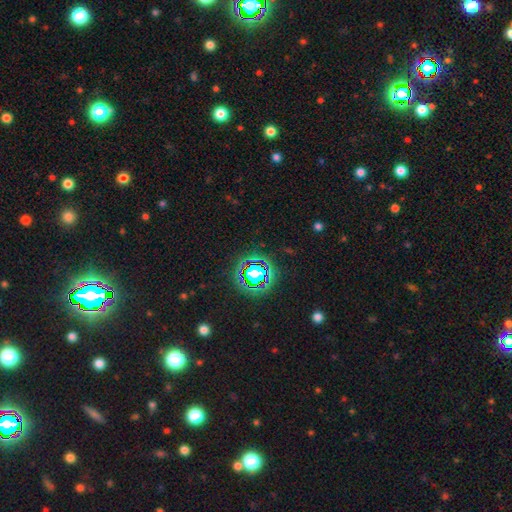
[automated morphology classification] Smooth or featured? star or artifact (79%)